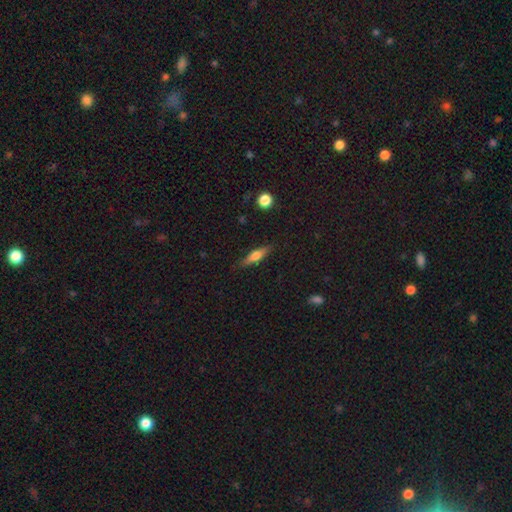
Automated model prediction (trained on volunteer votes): Smooth or featured? smooth (52%)
How rounded? cigar-shaped (70%)
Merging? none (85%)